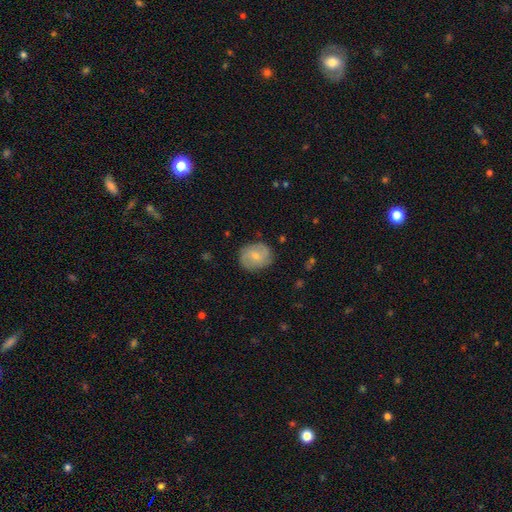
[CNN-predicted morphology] A smooth galaxy with no disk features (54%) that is round (70%).

Vote fractions:
- Smooth or featured? smooth: 54% / featured or disk: 39% / star or artifact: 7%
- How rounded? round: 70% / in between: 29% / cigar-shaped: 1%
- Merging? none: 79% / minor disturbance: 16% / major disturbance: 4% / merger: 1%